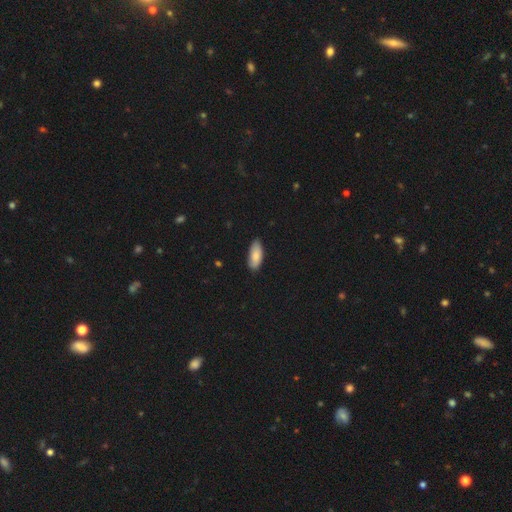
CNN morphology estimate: Smooth or featured?
  - smooth: 85% *
  - featured or disk: 9%
  - star or artifact: 6%
How rounded?
  - in between: 85% *
  - cigar-shaped: 13%
  - round: 2%
Merging?
  - none: 81% *
  - minor disturbance: 16%
  - major disturbance: 2%
  - merger: 1%